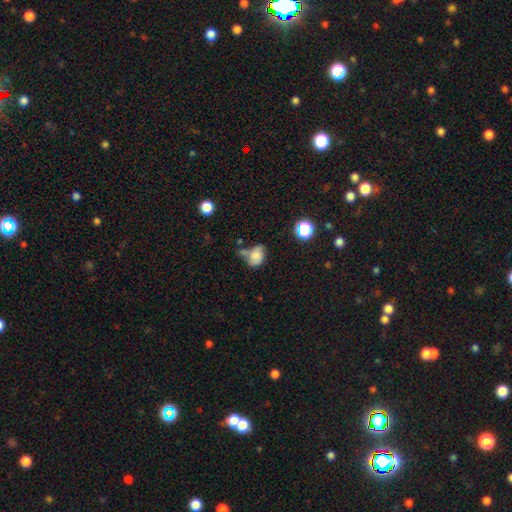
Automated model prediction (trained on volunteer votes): The model was most divided on "merging": none: 35%, minor disturbance: 27%, merger: 26%, major disturbance: 12%. More confident: smooth or featured — smooth (74%); how rounded — in between (71%).